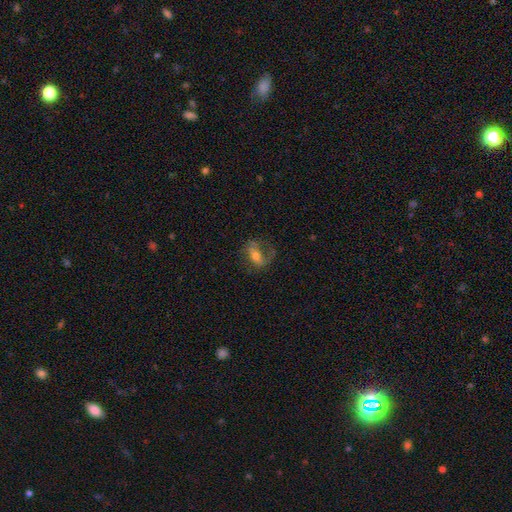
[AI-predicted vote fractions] A featured or disk galaxy (58%) with no bar (37%), spiral arms (78%) and a moderate central bulge (59%). Merging: none (51%).